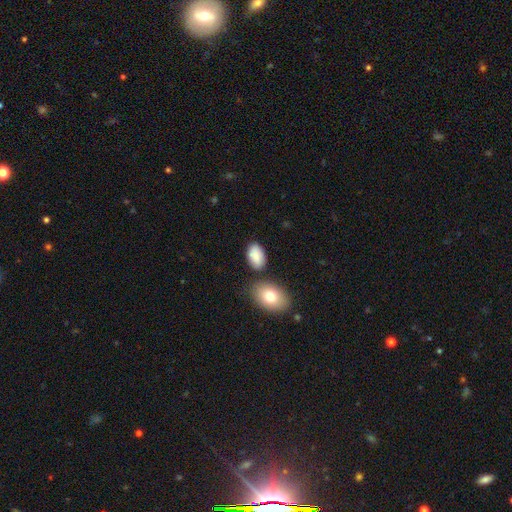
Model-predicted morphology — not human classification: A smooth galaxy with no disk features (86%) that is in between round and cigar-shaped (93%).

Vote fractions:
- Smooth or featured? smooth: 86% / featured or disk: 8% / star or artifact: 7%
- How rounded? in between: 93% / round: 6% / cigar-shaped: 1%
- Merging? none: 71% / minor disturbance: 17% / merger: 9% / major disturbance: 4%